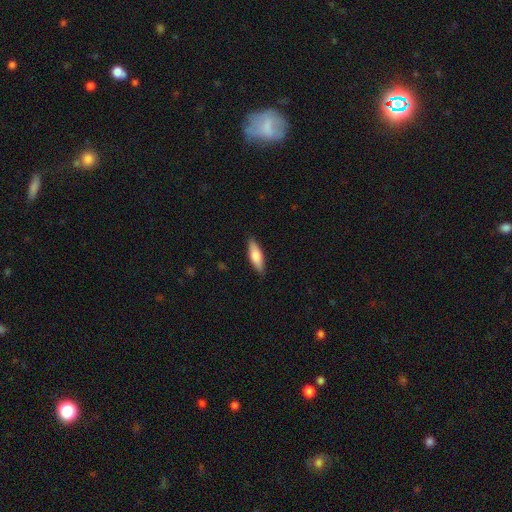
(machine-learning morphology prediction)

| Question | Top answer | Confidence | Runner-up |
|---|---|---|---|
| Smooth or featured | smooth | 72% | featured or disk (22%) |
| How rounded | in between | 52% | cigar-shaped (46%) |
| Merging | none | 88% | minor disturbance (9%) |